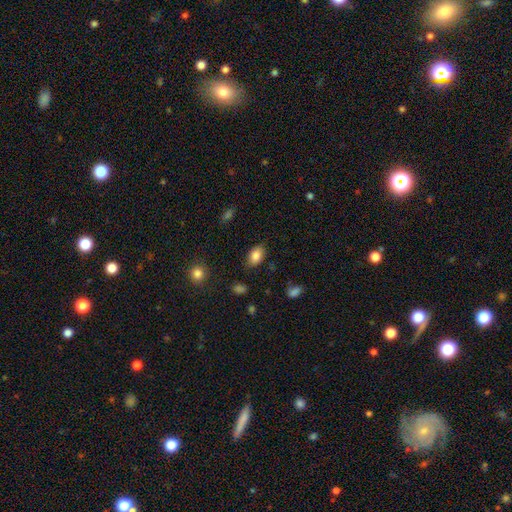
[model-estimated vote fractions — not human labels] Smooth or featured? Predicted: smooth (p=0.83). How rounded? Predicted: in between (p=0.89). Merging? Predicted: none (p=0.83).